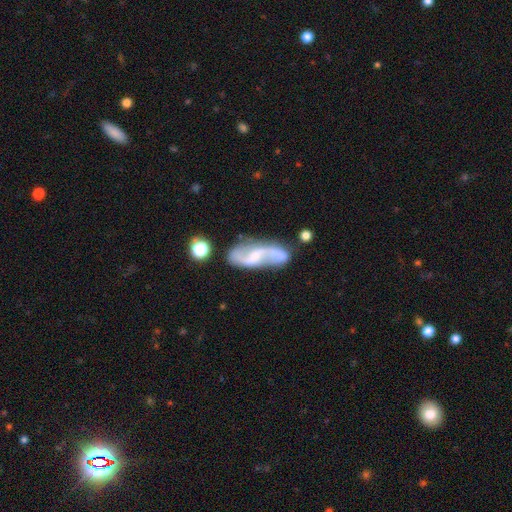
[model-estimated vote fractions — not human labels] A featured or disk galaxy (83%) with a weak bar (45%), 2 (91%) loose (60%) spiral arms (95%) and a small central bulge (56%). Merging: none (69%).